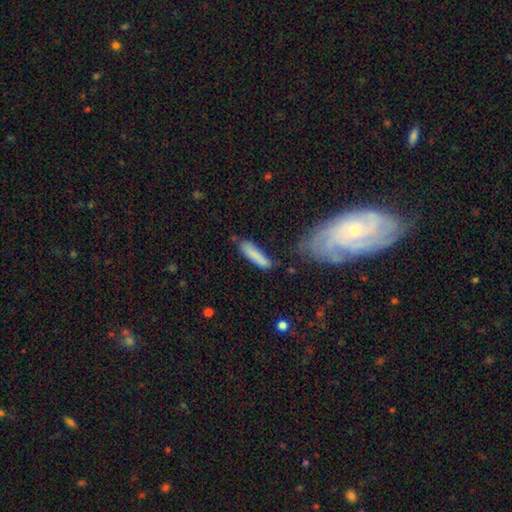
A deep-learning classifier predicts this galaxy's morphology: Overall: smooth (82%). How rounded: cigar-shaped (77%). Merging: none (71%).